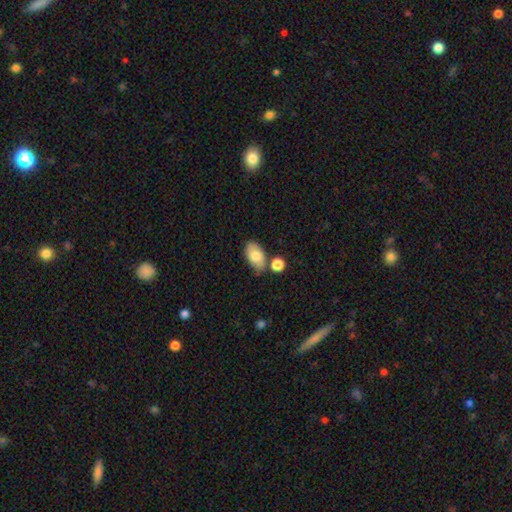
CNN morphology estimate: type=smooth (80%); roundness=in between (93%); merging=none (68%).